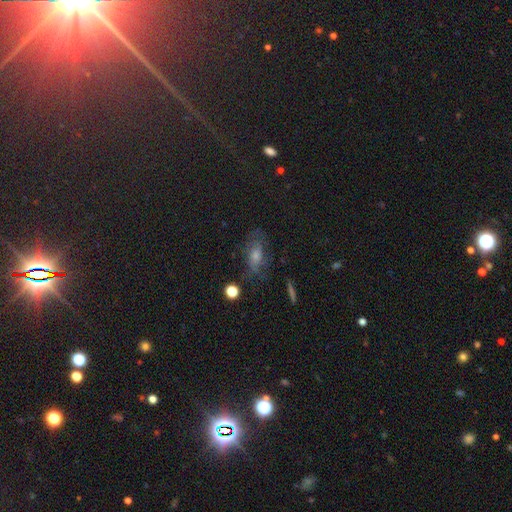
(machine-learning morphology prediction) Overall: featured or disk (36%; smooth 32%). Merging: none (67%).